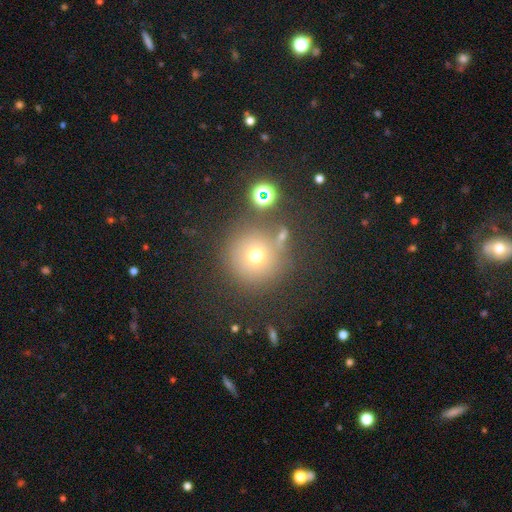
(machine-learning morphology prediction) smooth 65%, star or artifact 22%, featured or disk 13%. Down the decision tree: how rounded — round (96%); merging — none (77%).